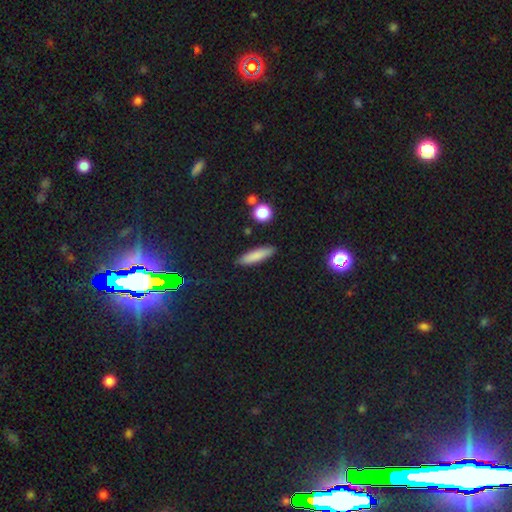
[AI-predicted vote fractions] Smooth or featured? Predicted: smooth (p=0.81). How rounded? Predicted: cigar-shaped (p=0.76). Merging? Predicted: none (p=0.88).